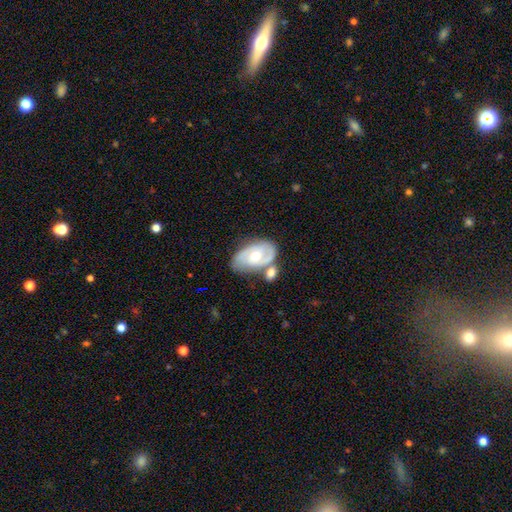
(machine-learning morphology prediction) Smooth or featured?
  - featured or disk: 75% *
  - smooth: 20%
  - star or artifact: 5%
Edge-on disk?
  - no: 95% *
  - yes: 5%
Bar?
  - no: 58% *
  - weak: 35%
  - strong: 7%
Spiral arms?
  - yes: 89% *
  - no: 11%
Spiral winding?
  - medium: 43% * (tied)
  - tight: 43% * (tied)
  - loose: 14%
Spiral arm count?
  - 2: 74% *
  - can't tell: 14%
  - 3: 5%
  - 1: 5%
  - 4: 1%
  - more than 4: 1%
Bulge size?
  - moderate: 66% *
  - small: 28%
  - large: 4%
  - none: 1%
  - dominant: 1%
Merging?
  - none: 51% *
  - merger: 22%
  - minor disturbance: 20%
  - major disturbance: 7%